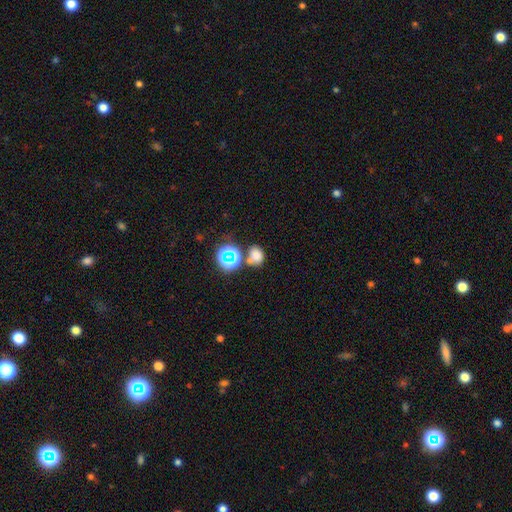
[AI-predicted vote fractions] Morphology: type=smooth (68%); roundness=round (49%, tied with in between); merging=none (51%).